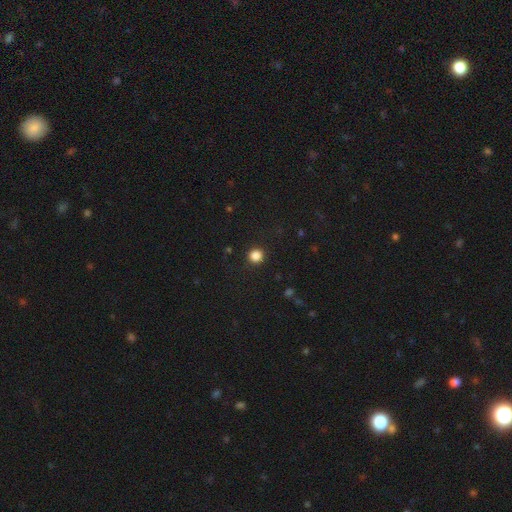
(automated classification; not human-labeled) smooth_or_featured: smooth (p=0.85) [alt: star or artifact p=0.12]
how_rounded: round (p=0.93) [alt: in between p=0.07]
merging: none (p=0.92) [alt: minor disturbance p=0.05]